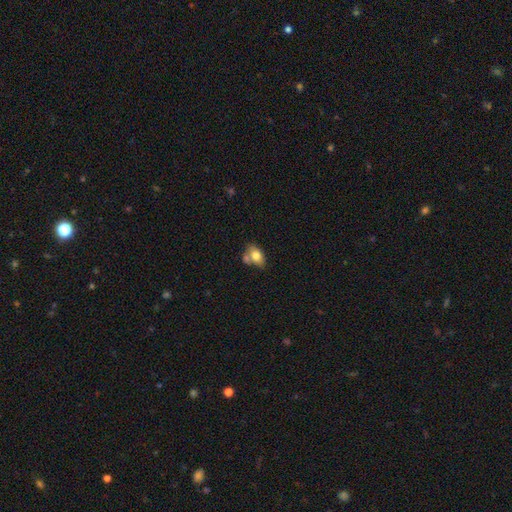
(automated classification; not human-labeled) smooth 76%, featured or disk 16%, star or artifact 8%. Down the decision tree: how rounded — in between (82%); merging — none (44%).